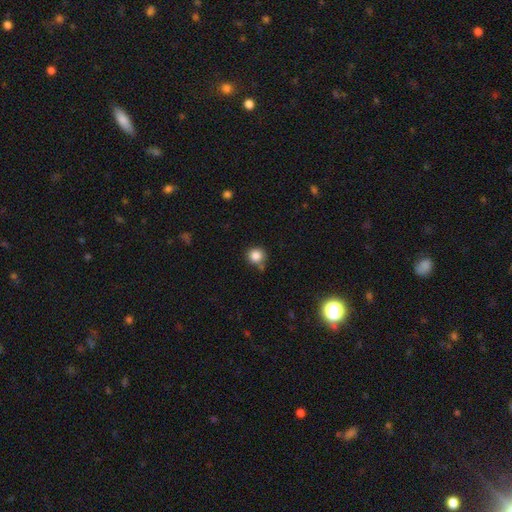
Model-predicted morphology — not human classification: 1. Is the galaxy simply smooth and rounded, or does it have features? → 85% smooth, 11% star or artifact, 4% featured or disk.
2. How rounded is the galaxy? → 92% round, 7% in between, 1% cigar-shaped.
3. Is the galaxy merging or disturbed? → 73% none, 14% minor disturbance, 9% merger, 4% major disturbance.